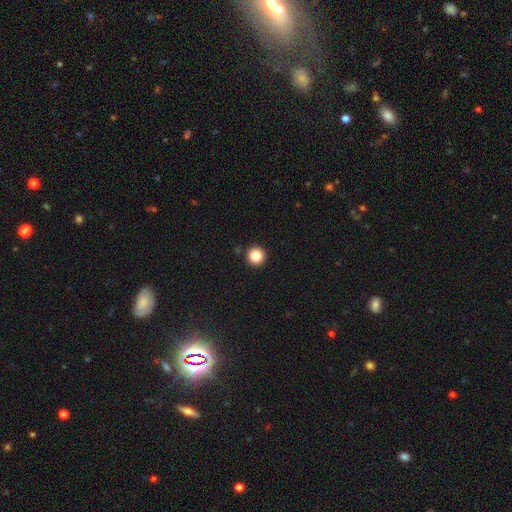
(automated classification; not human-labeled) Overall: smooth (86%). How rounded: round (96%). Merging: none (93%).